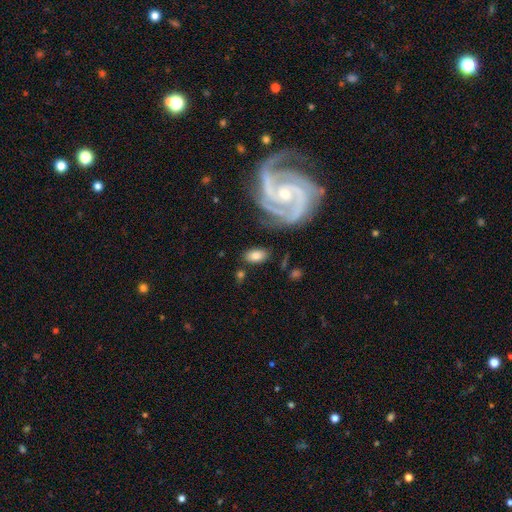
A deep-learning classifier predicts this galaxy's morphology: smooth 72%, featured or disk 21%, star or artifact 7%. Down the decision tree: how rounded — in between (92%); merging — none (76%).